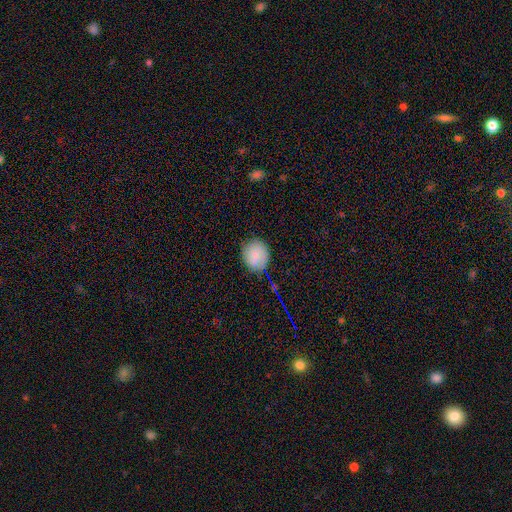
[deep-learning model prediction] This appears to be a smooth galaxy with no disk features (79%) that is round (73%). Merging: none (77%).